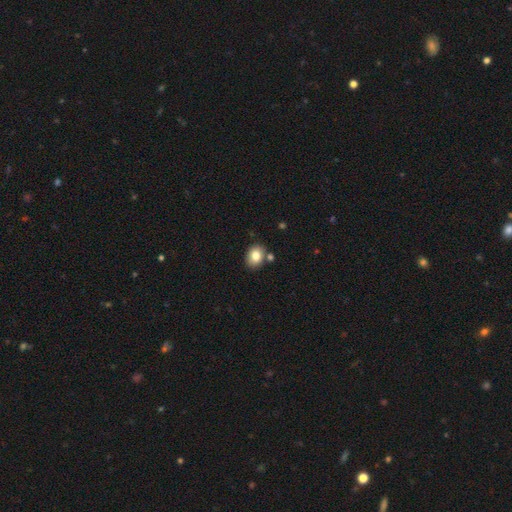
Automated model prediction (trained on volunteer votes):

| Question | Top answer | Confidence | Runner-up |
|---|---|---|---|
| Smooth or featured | smooth | 82% | star or artifact (9%) |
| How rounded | in between | 59% | round (40%) |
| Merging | none | 78% | minor disturbance (11%) |